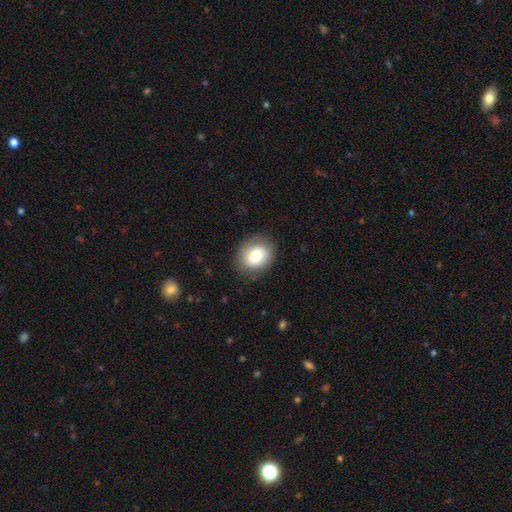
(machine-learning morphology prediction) Smooth or featured? Predicted: smooth (p=0.77). How rounded? Predicted: round (p=0.57). Merging? Predicted: none (p=0.84).